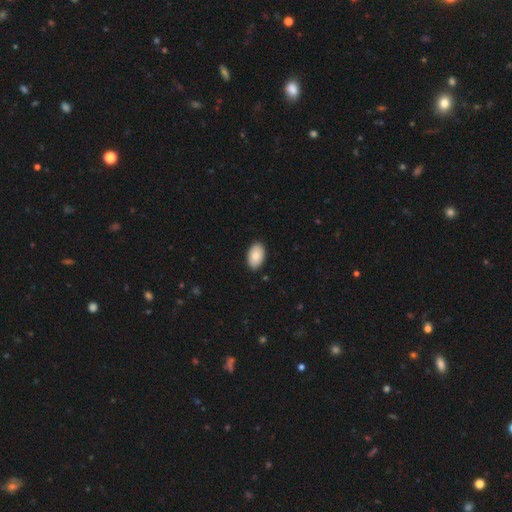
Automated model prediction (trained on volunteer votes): A smooth galaxy with no disk features (87%) that is in between round and cigar-shaped (94%). Merging: none (88%).